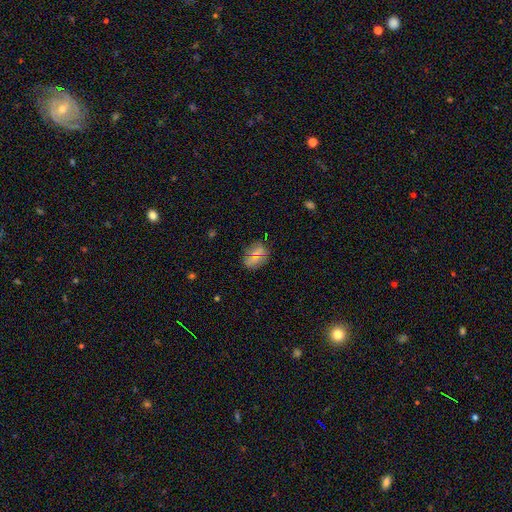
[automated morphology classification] smooth 56%, featured or disk 31%, star or artifact 13%. Down the decision tree: how rounded — in between (71%); merging — none (59%).